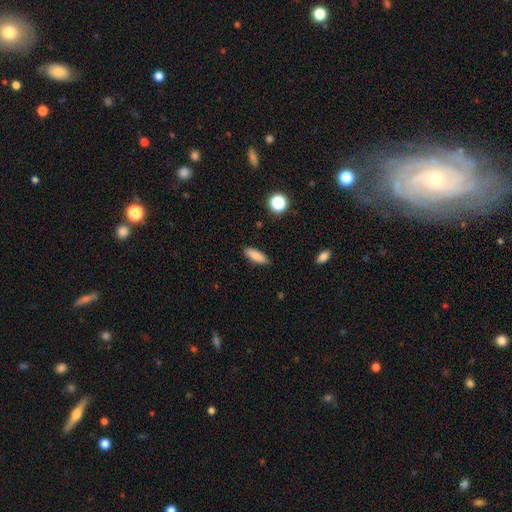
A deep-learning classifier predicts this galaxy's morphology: smooth 85%, star or artifact 8%, featured or disk 7%. Down the decision tree: how rounded — in between (55%); merging — none (88%).